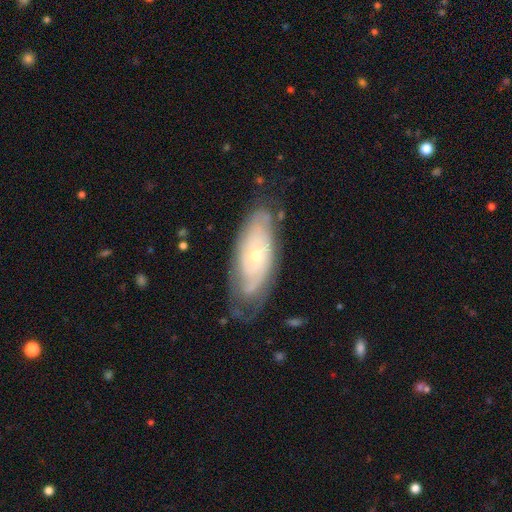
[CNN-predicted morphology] smooth_or_featured: featured or disk (p=0.73) [alt: smooth p=0.21]
disk_edge_on: no (p=0.88) [alt: yes p=0.12]
bar: no (p=0.83) [alt: weak p=0.14]
has_spiral_arms: yes (p=0.82) [alt: no p=0.18]
spiral_winding: tight (p=0.72) [alt: medium p=0.21]
spiral_arm_count: can't tell (p=0.60) [alt: 2 p=0.20]
bulge_size: small (p=0.61) [alt: moderate p=0.36]
merging: none (p=0.66) [alt: minor disturbance p=0.23]